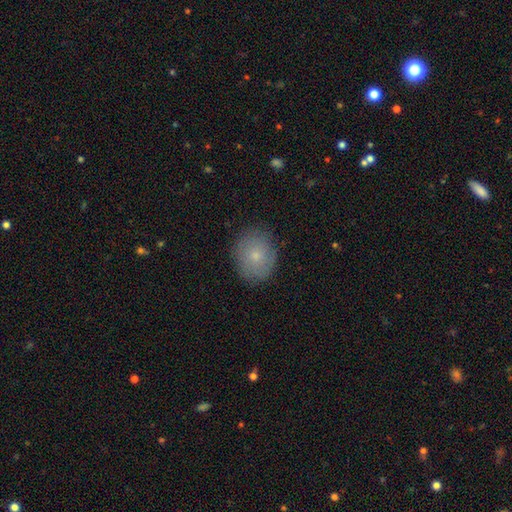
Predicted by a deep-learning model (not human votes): A smooth galaxy with no disk features (71%) that is round (57%). Merging: none (82%).